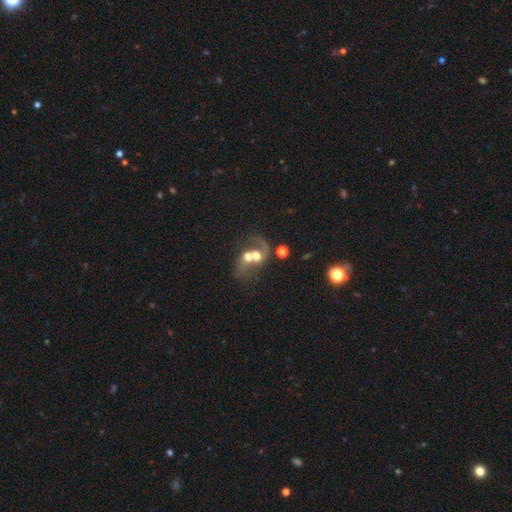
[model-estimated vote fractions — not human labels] A featured or disk galaxy (60%) with no bar (74%), spiral arms (69%) and a moderate central bulge (53%).

Vote fractions:
- Smooth or featured? featured or disk: 60% / smooth: 30% / star or artifact: 10%
- Edge-on disk? no: 97% / yes: 3%
- Bar? no: 74% / weak: 20% / strong: 6%
- Spiral arms? yes: 69% / no: 31%
- Bulge size? moderate: 53% / large: 22% / small: 13% / none: 7% / dominant: 5%
- Merging? merger: 70% / none: 13% / major disturbance: 11% / minor disturbance: 6%